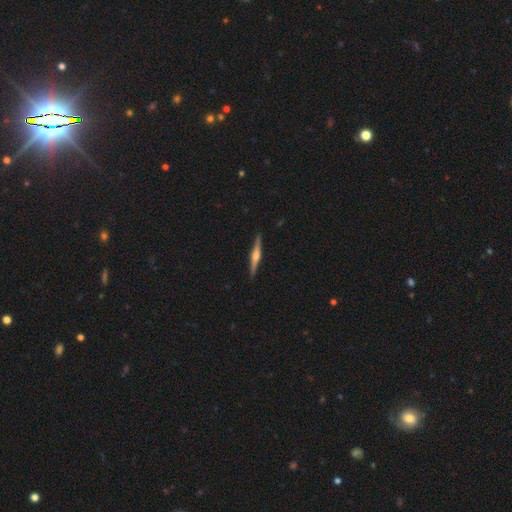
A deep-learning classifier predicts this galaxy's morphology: type=featured or disk (77%); edge-on=yes (98%); edge-on bulge=rounded (84%); merging=none (92%).